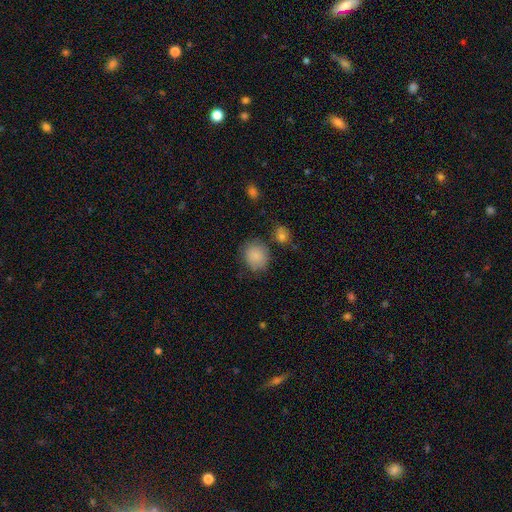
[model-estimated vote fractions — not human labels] smooth 86%, star or artifact 9%, featured or disk 5%. Down the decision tree: how rounded — round (74%); merging — none (75%).